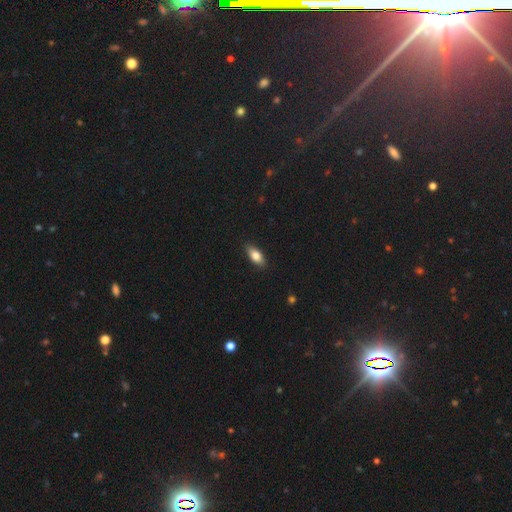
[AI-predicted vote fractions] Q: Smooth or featured?
A: smooth (80%); runner-up: featured or disk (13%)
Q: How rounded?
A: in between (85%); runner-up: cigar-shaped (11%)
Q: Merging?
A: none (88%); runner-up: minor disturbance (9%)